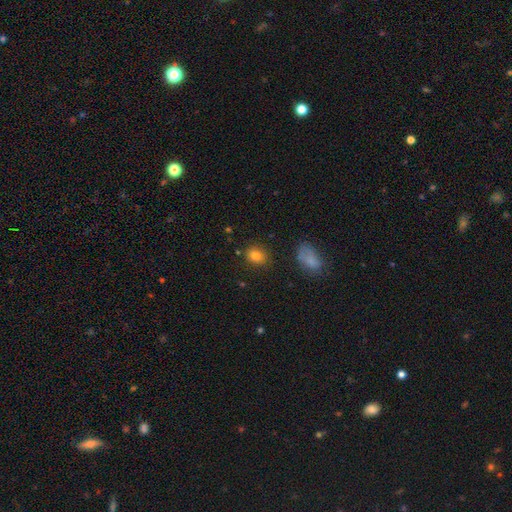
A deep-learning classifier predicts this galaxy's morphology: This appears to be a smooth galaxy with no disk features (81%) that is round (60%). Merging: none (83%).